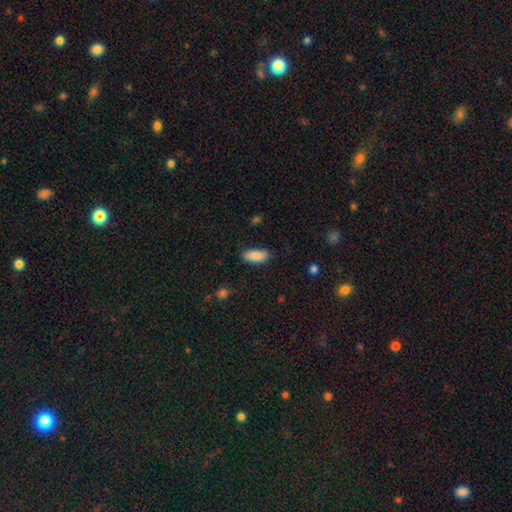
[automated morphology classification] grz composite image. It shows a smooth galaxy with no disk features (88%) that is in between round and cigar-shaped (86%). Merging: none (81%).